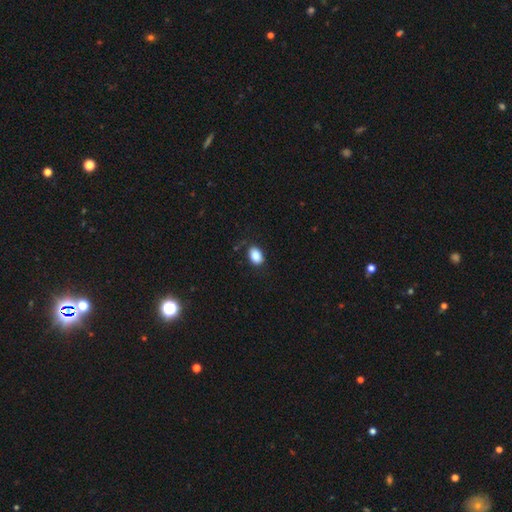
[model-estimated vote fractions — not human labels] Overall: smooth (88%). How rounded: in between (83%). Merging: none (81%).